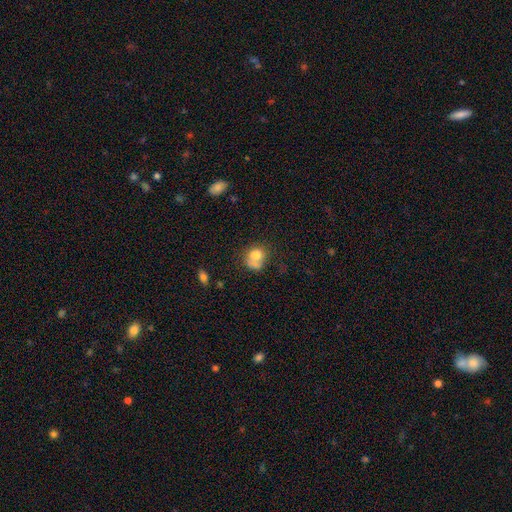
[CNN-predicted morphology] Smooth or featured?
  - smooth: 75% *
  - featured or disk: 15%
  - star or artifact: 10%
How rounded?
  - round: 66% *
  - in between: 33%
  - cigar-shaped: 1%
Merging?
  - none: 38% *
  - merger: 25%
  - minor disturbance: 21%
  - major disturbance: 16%